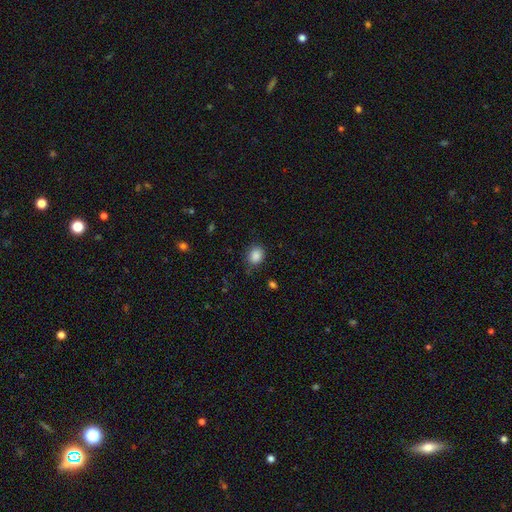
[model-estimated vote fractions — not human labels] Morphology: type=smooth (87%); roundness=round (60%); merging=none (79%).